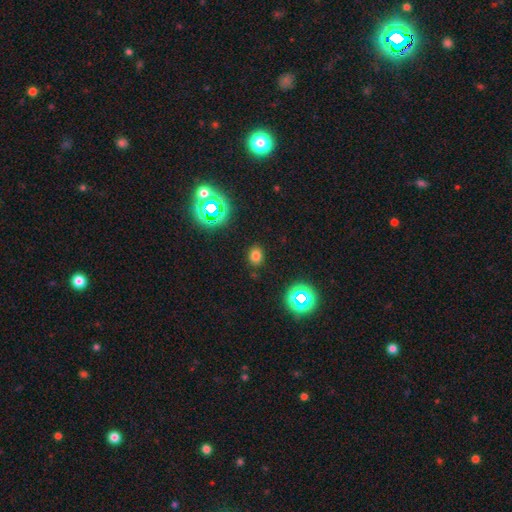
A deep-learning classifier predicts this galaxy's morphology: smooth-or-featured: smooth: 71% | star or artifact: 23% | featured or disk: 6%
  how-rounded: round: 58% | in between: 41% | cigar-shaped: 1%
  merging: none: 87% | minor disturbance: 9% | major disturbance: 3% | merger: 2%